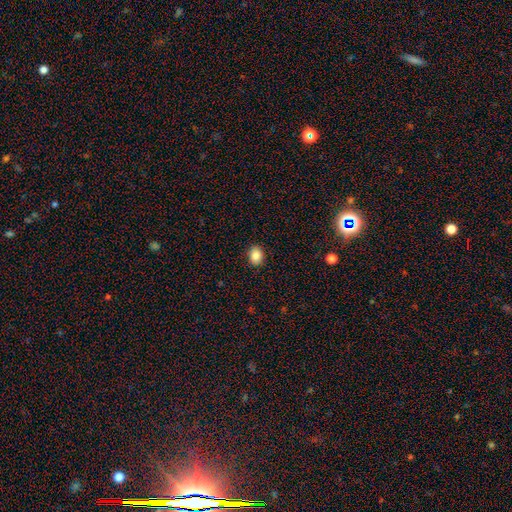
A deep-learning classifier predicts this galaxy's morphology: The model was most divided on "how rounded": in between: 56%, round: 43%, cigar-shaped: 1%. More confident: merging — none (89%); smooth or featured — smooth (87%).